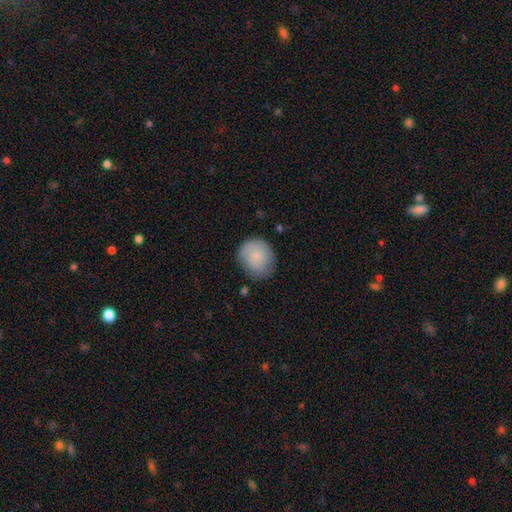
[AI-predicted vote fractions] A smooth galaxy with no disk features (73%) that is round (78%). Merging: none (71%).